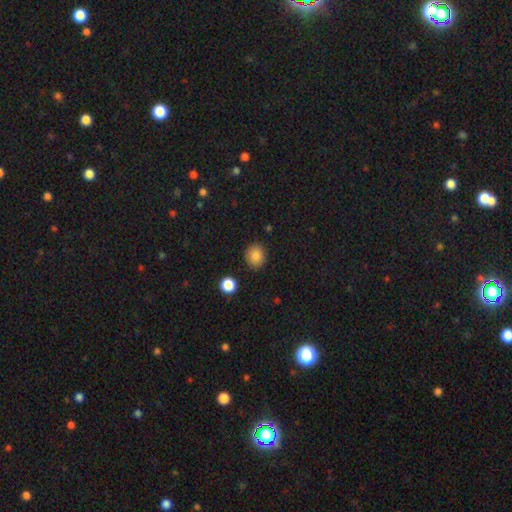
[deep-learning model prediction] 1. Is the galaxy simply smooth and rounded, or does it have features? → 85% smooth, 10% star or artifact, 5% featured or disk.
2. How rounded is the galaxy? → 78% round, 21% in between, 1% cigar-shaped.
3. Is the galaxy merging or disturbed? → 88% none, 8% minor disturbance, 2% major disturbance, 2% merger.